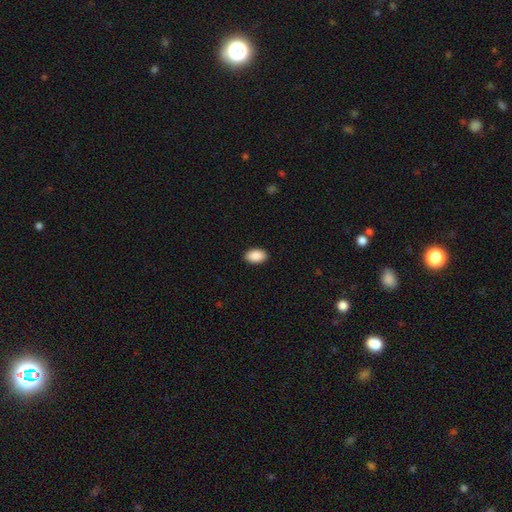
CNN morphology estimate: A smooth galaxy with no disk features (91%) that is in between round and cigar-shaped (94%).

Vote fractions:
- Smooth or featured? smooth: 91% / star or artifact: 7% / featured or disk: 3%
- How rounded? in between: 94% / round: 5% / cigar-shaped: 1%
- Merging? none: 90% / minor disturbance: 7% / major disturbance: 2% / merger: 1%